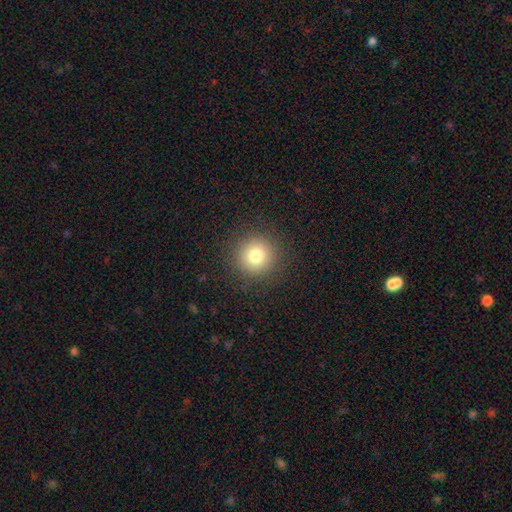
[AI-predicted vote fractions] Overall: smooth (79%). How rounded: round (95%). Merging: none (90%).